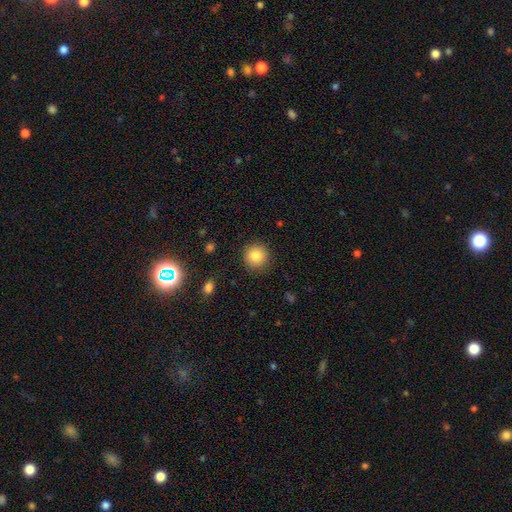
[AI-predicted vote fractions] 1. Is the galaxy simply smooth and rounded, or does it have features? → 83% smooth, 10% star or artifact, 7% featured or disk.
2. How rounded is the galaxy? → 93% round, 6% in between, 1% cigar-shaped.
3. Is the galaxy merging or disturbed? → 89% none, 7% minor disturbance, 2% major disturbance, 1% merger.